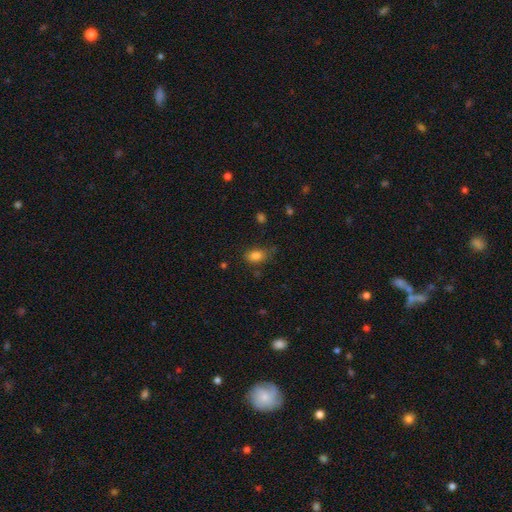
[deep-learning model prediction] smooth 82%, star or artifact 11%, featured or disk 7%. Down the decision tree: how rounded — in between (83%); merging — none (61%).